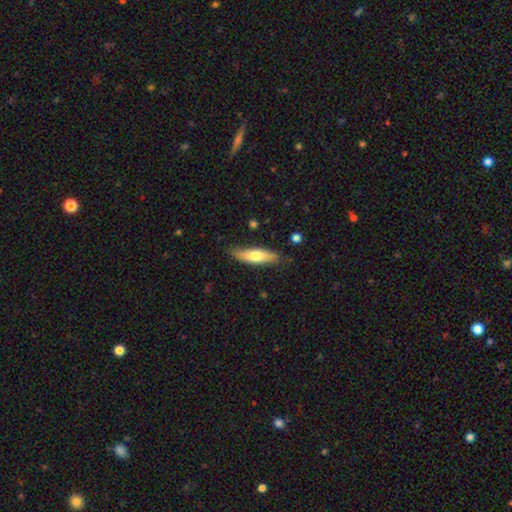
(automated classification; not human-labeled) This appears to be a smooth galaxy with no disk features (63%) that is cigar-shaped (64%). Merging: none (81%).